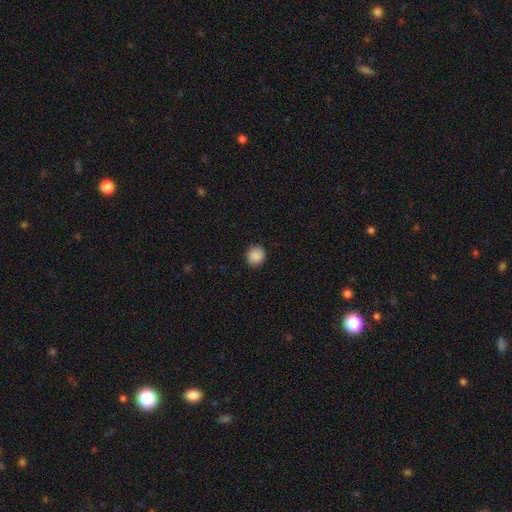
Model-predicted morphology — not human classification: The model was most divided on "how rounded": round: 84%, in between: 15%, cigar-shaped: 1%. More confident: merging — none (90%); smooth or featured — smooth (89%).